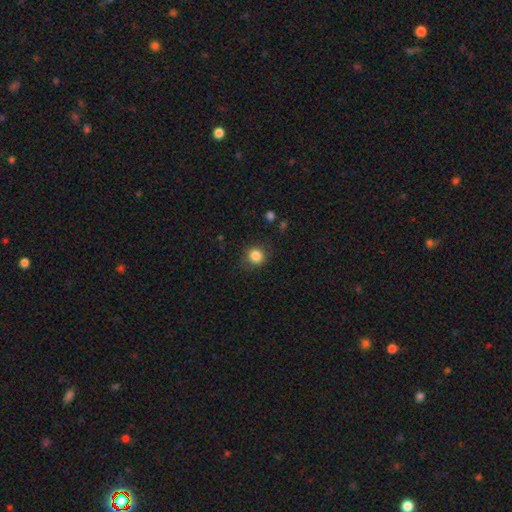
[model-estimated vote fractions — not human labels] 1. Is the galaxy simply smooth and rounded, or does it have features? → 85% smooth, 11% star or artifact, 5% featured or disk.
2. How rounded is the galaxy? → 88% round, 11% in between, 1% cigar-shaped.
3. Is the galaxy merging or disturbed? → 83% none, 12% minor disturbance, 4% major disturbance, 1% merger.